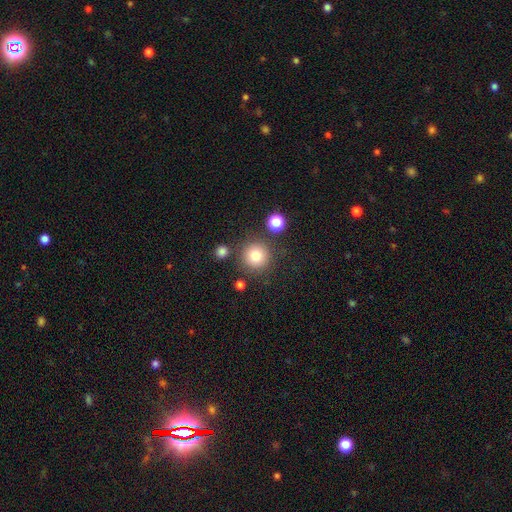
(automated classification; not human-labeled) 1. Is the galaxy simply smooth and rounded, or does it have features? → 79% smooth, 12% star or artifact, 9% featured or disk.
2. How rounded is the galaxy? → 95% round, 4% in between, 1% cigar-shaped.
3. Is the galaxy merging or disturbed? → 83% none, 8% minor disturbance, 6% merger, 3% major disturbance.